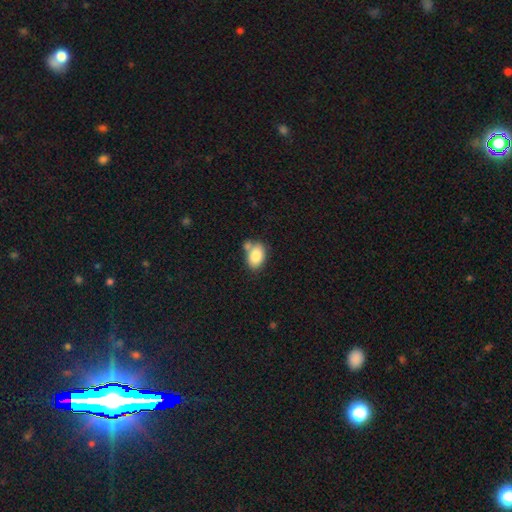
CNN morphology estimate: The model was most divided on "merging": none: 51%, merger: 28%, minor disturbance: 17%, major disturbance: 5%. More confident: smooth or featured — smooth (82%); how rounded — in between (81%).